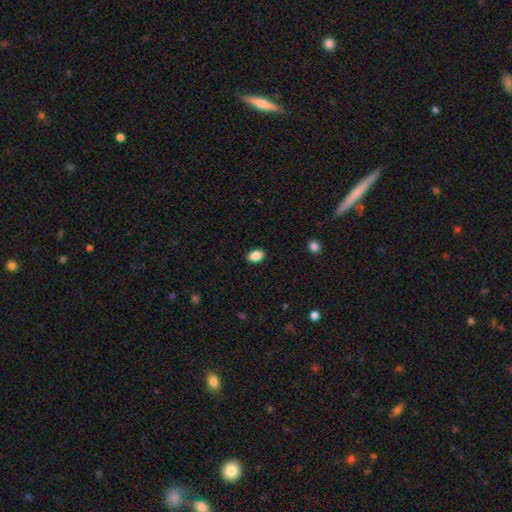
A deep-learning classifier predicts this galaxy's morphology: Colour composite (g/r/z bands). It shows a smooth galaxy with no disk features (88%) that is in between round and cigar-shaped (86%). Merging: none (88%).